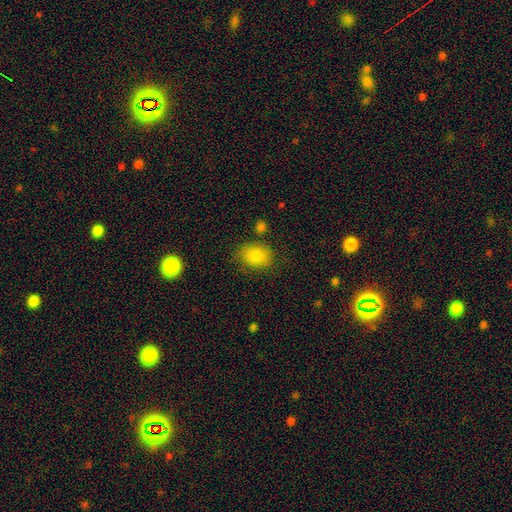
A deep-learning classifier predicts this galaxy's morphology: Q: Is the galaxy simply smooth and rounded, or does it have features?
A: smooth — 83%.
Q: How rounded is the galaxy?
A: in between — 72%.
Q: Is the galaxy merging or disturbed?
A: none — 78%.